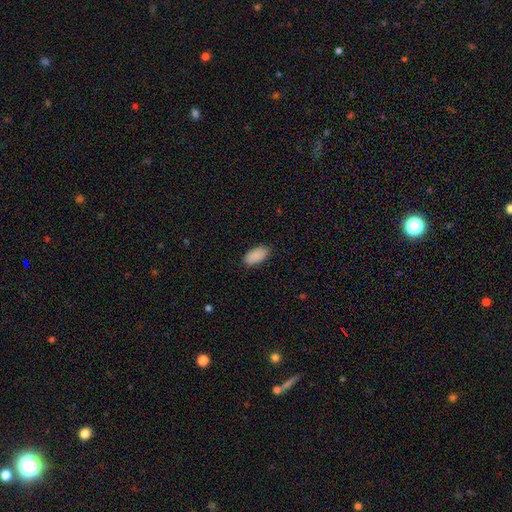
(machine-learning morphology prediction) smooth 90%, star or artifact 7%, featured or disk 3%. Down the decision tree: how rounded — in between (94%); merging — none (87%).